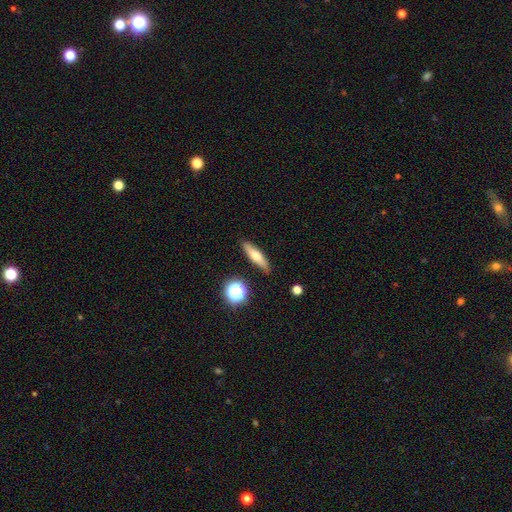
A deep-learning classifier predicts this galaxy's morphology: Q: Smooth or featured?
A: smooth (58%); runner-up: featured or disk (33%)
Q: How rounded?
A: cigar-shaped (70%); runner-up: in between (25%)
Q: Merging?
A: none (86%); runner-up: minor disturbance (10%)